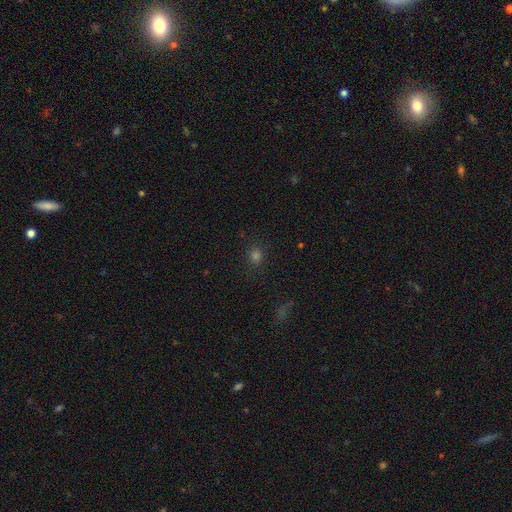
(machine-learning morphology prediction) A smooth galaxy with no disk features (72%) that is round (79%). Merging: none (86%).